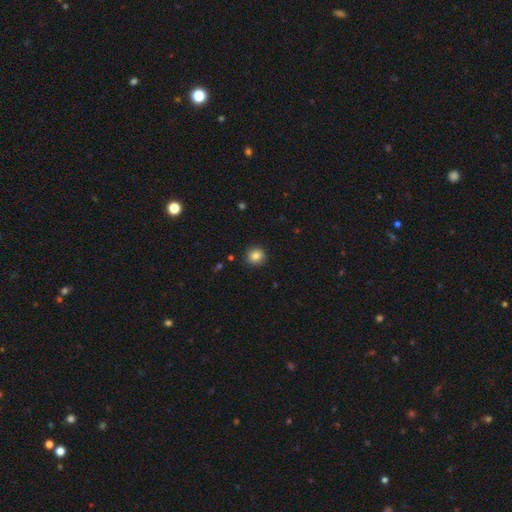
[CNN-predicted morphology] The model was most divided on "smooth or featured": smooth: 85%, star or artifact: 10%, featured or disk: 5%. More confident: merging — none (90%); how rounded — round (90%).